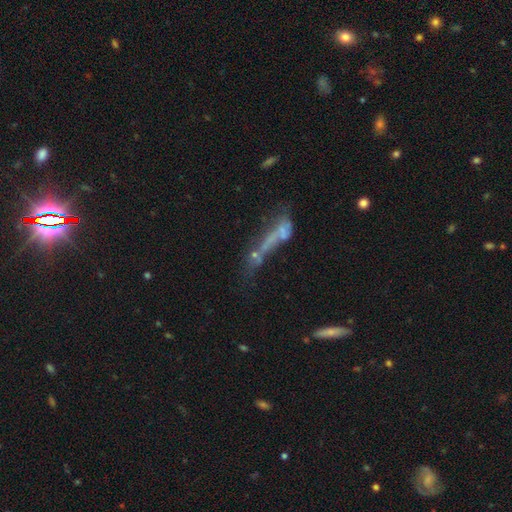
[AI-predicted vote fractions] smooth-or-featured: featured or disk: 44% | smooth: 35% | star or artifact: 21%
  merging: merger: 38% | major disturbance: 29% | none: 21% | minor disturbance: 12%